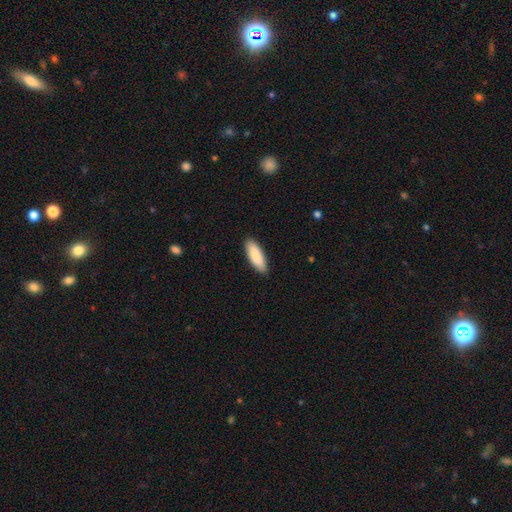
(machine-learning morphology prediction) Smooth or featured? Predicted: smooth (p=0.89). How rounded? Predicted: in between (p=0.62). Merging? Predicted: none (p=0.88).